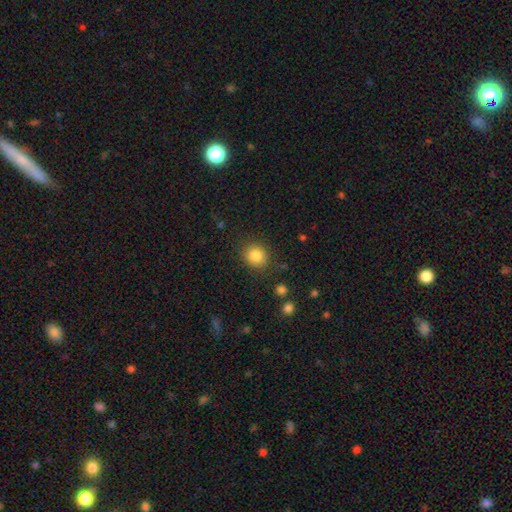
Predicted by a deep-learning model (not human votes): The model was most divided on "how rounded": round: 82%, in between: 17%, cigar-shaped: 1%. More confident: merging — none (86%); smooth or featured — smooth (85%).